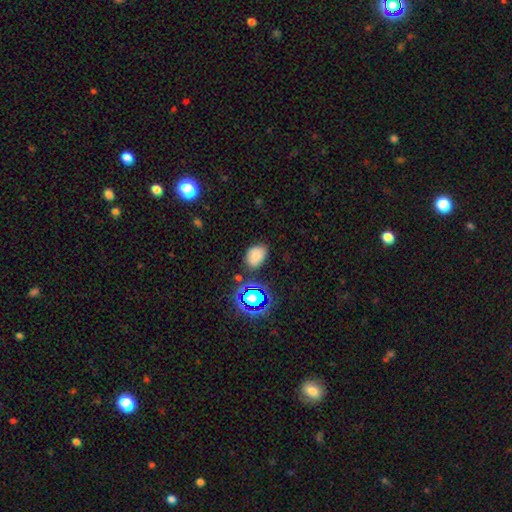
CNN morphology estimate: This appears to be a smooth galaxy with no disk features (74%) that is in between round and cigar-shaped (77%). Merging: none (75%).